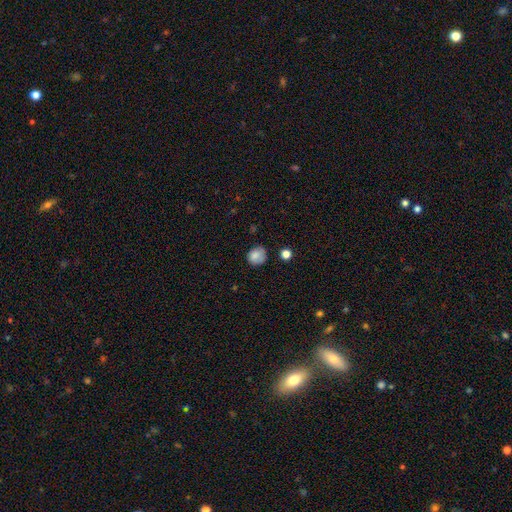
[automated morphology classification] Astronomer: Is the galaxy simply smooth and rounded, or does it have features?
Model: smooth — 82%.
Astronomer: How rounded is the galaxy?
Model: round — 75%.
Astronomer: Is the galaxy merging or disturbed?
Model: none — 67%.